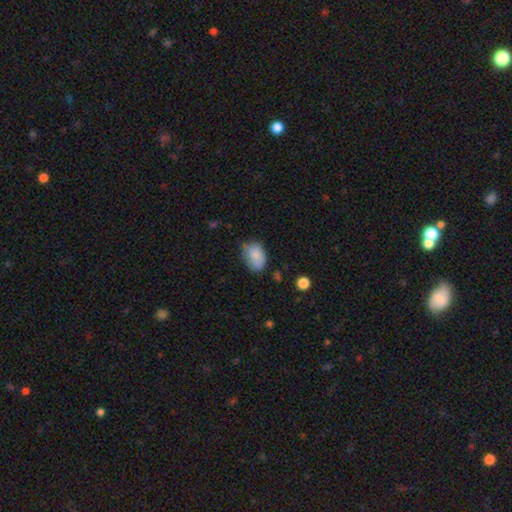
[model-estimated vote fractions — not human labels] The model was most divided on "merging": none: 55%, minor disturbance: 33%, major disturbance: 8%, merger: 3%. More confident: smooth or featured — smooth (83%); how rounded — in between (82%).